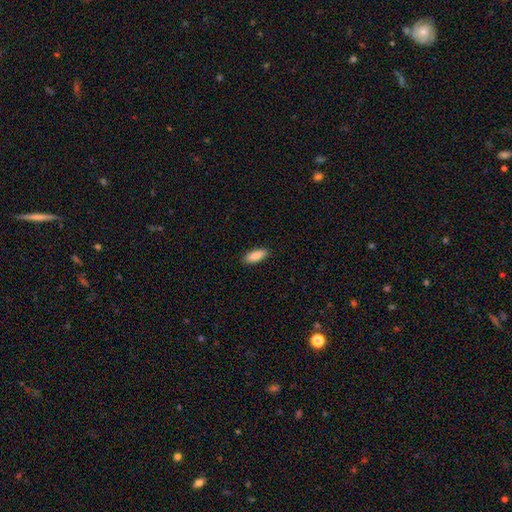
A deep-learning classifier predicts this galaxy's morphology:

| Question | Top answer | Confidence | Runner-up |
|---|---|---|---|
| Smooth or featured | smooth | 89% | star or artifact (6%) |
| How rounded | in between | 81% | cigar-shaped (17%) |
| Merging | none | 89% | minor disturbance (9%) |